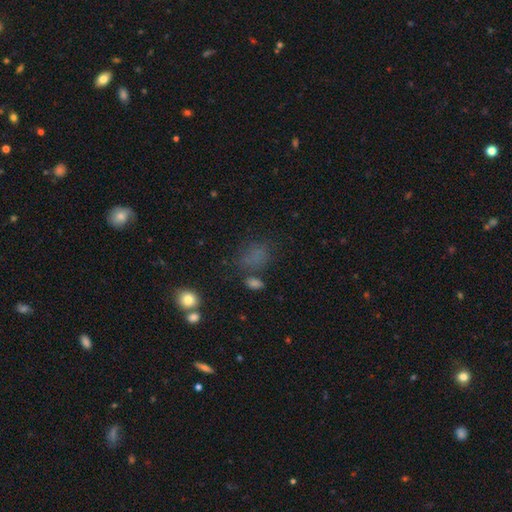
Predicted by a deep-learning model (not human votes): A smooth galaxy with no disk features (65%) that is in between round and cigar-shaped (64%). Merging: none (52%).